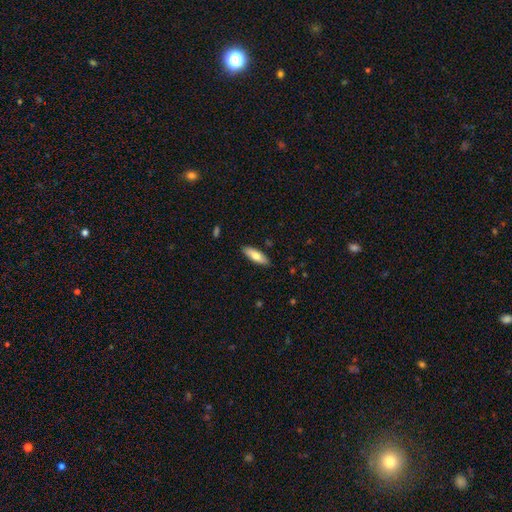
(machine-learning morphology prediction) Smooth or featured? smooth (75%)
How rounded? in between (56%)
Merging? none (88%)